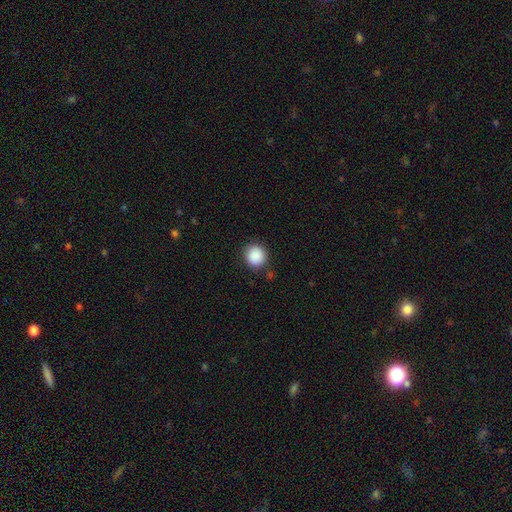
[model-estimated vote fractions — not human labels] Smooth or featured?
  - smooth: 89% *
  - star or artifact: 8%
  - featured or disk: 3%
How rounded?
  - round: 91% *
  - in between: 8%
  - cigar-shaped: 1%
Merging?
  - none: 88% *
  - minor disturbance: 8%
  - major disturbance: 3%
  - merger: 2%